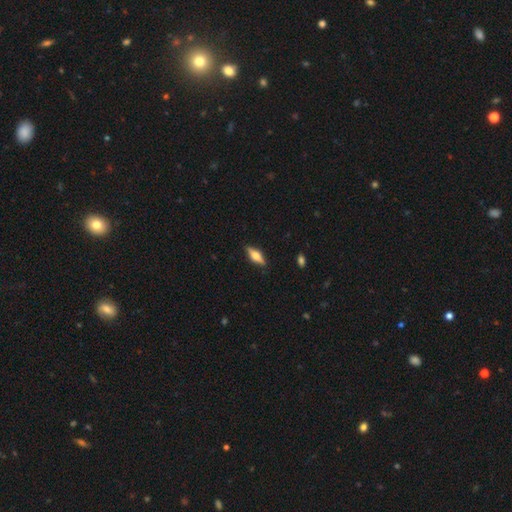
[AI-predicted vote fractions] The model was most divided on "smooth or featured": featured or disk: 50%, smooth: 43%, star or artifact: 7%. More confident: edge-on disk — yes (94%); merging — none (87%).